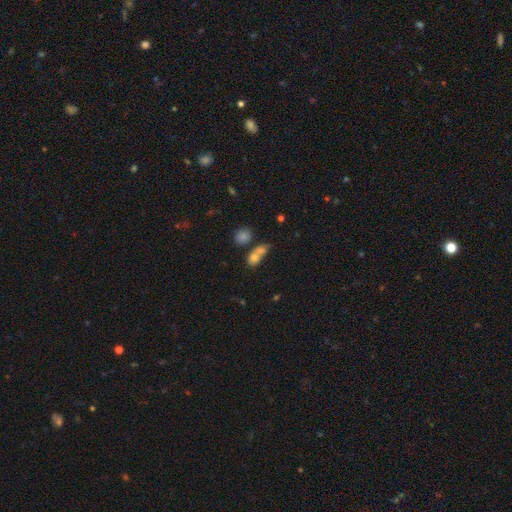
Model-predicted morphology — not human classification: Smooth or featured? Predicted: smooth (p=0.72). How rounded? Predicted: in between (p=0.56). Merging? Predicted: merger (p=0.55).